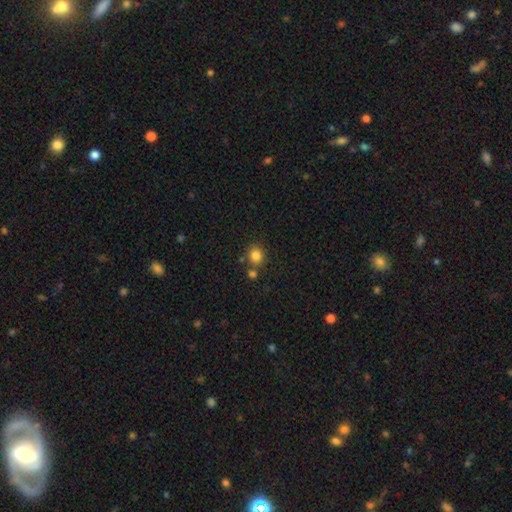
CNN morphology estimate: The model was most divided on "merging": none: 72%, merger: 14%, minor disturbance: 10%, major disturbance: 3%. More confident: smooth or featured — smooth (83%); how rounded — round (79%).